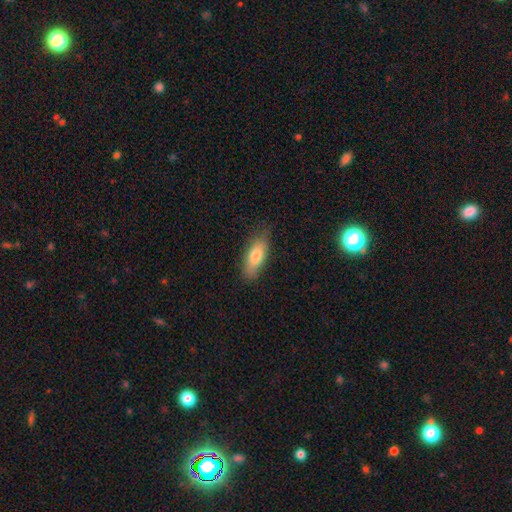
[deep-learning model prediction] Morphology: type=smooth (76%); roundness=in between (69%); merging=none (80%).